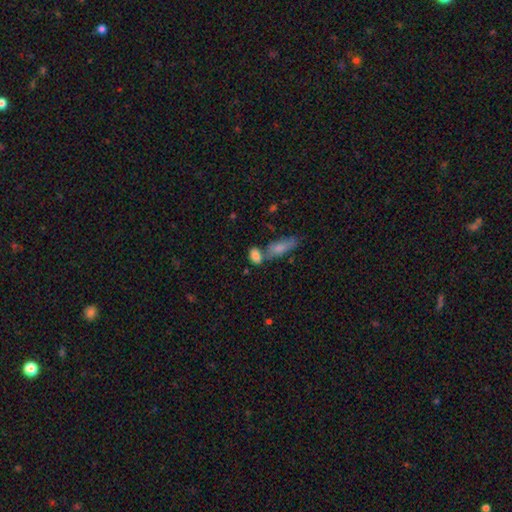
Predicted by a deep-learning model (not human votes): The model was most divided on "merging": none: 47%, merger: 35%, minor disturbance: 13%, major disturbance: 5%. More confident: how rounded — in between (82%); smooth or featured — smooth (81%).